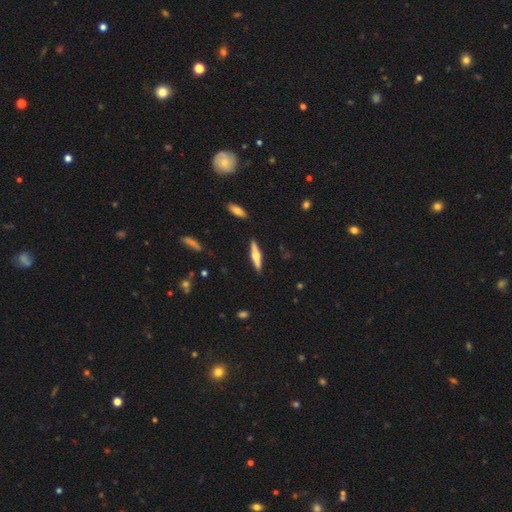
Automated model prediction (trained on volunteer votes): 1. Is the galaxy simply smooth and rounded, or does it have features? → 64% featured or disk, 31% smooth, 6% star or artifact.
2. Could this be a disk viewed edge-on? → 96% yes, 4% no.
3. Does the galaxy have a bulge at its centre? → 94% rounded, 4% boxy, 3% none.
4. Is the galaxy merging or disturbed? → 89% none, 7% minor disturbance, 2% major disturbance, 2% merger.